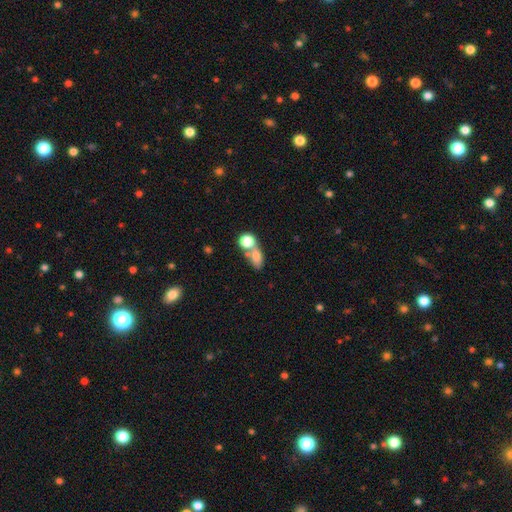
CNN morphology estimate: smooth-or-featured: smooth: 74% | featured or disk: 14% | star or artifact: 12%
  how-rounded: in between: 64% | round: 30% | cigar-shaped: 6%
  merging: merger: 48% | none: 36% | minor disturbance: 10% | major disturbance: 7%